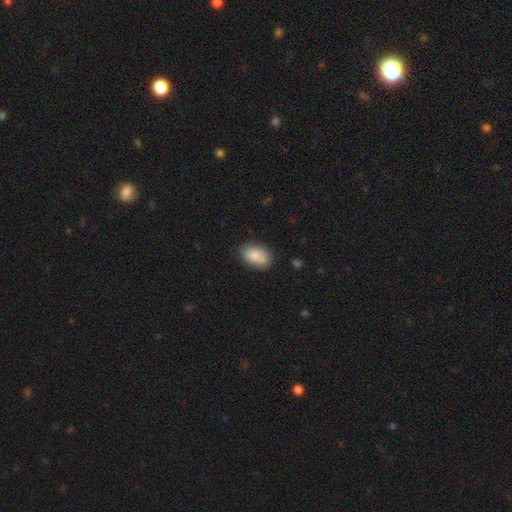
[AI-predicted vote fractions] smooth_or_featured: smooth (p=0.87) [alt: star or artifact p=0.07]
how_rounded: in between (p=0.91) [alt: round p=0.07]
merging: none (p=0.77) [alt: minor disturbance p=0.18]